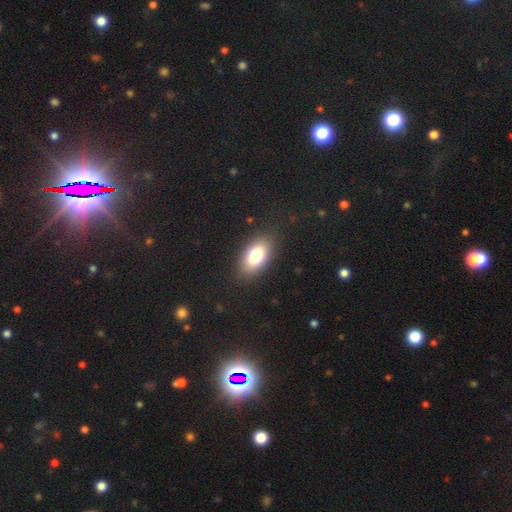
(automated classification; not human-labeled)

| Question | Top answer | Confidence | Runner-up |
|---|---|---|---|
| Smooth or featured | smooth | 79% | featured or disk (13%) |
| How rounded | in between | 92% | cigar-shaped (4%) |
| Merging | none | 87% | minor disturbance (9%) |